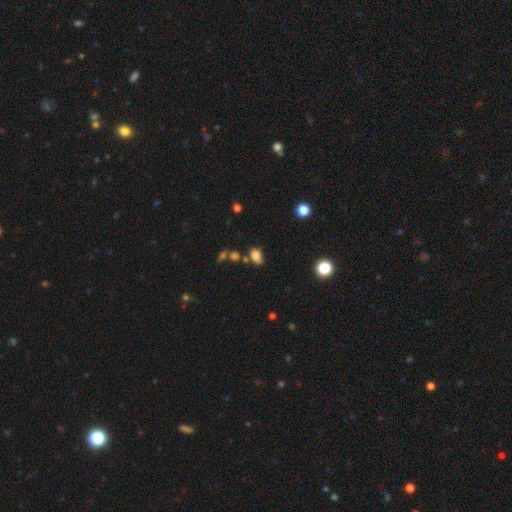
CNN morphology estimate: This is likely a smooth galaxy (79%). How rounded: likely in between (79%). Merging: possibly none (55%).